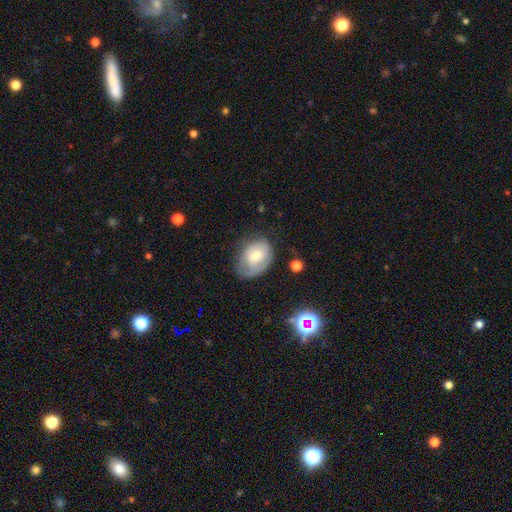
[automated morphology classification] This is possibly a smooth galaxy (56%). How rounded: likely in between (69%). Merging: possibly none (52%).